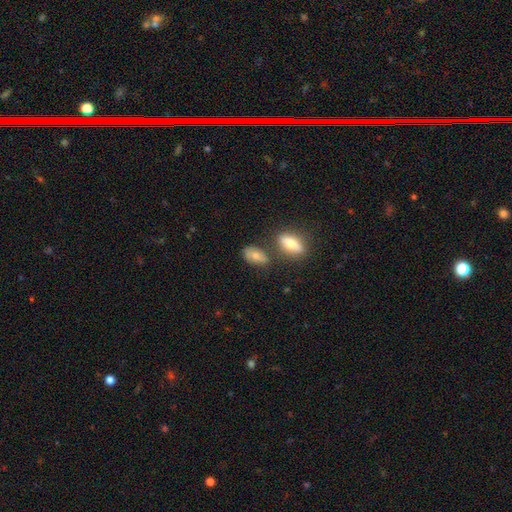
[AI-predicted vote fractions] Morphology: type=smooth (68%); roundness=in between (87%); merging=none (64%).